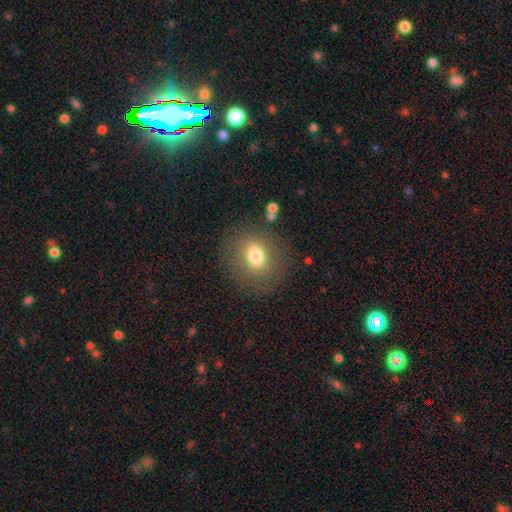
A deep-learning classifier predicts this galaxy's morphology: smooth-or-featured: smooth: 72% | featured or disk: 17% | star or artifact: 11%
  how-rounded: round: 57% | in between: 41% | cigar-shaped: 1%
  merging: none: 79% | minor disturbance: 12% | major disturbance: 6% | merger: 3%